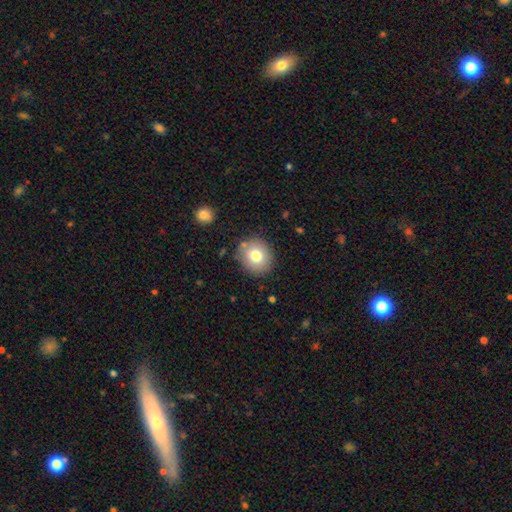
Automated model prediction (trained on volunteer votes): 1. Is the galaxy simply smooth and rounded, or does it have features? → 76% smooth, 14% featured or disk, 10% star or artifact.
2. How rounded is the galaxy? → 82% round, 17% in between, 1% cigar-shaped.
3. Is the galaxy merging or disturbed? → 85% none, 9% minor disturbance, 3% merger, 3% major disturbance.